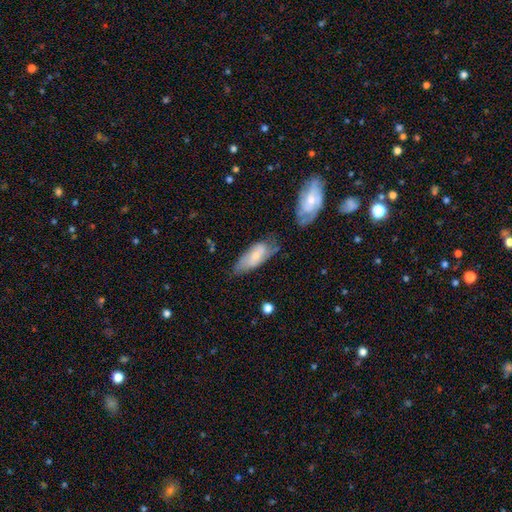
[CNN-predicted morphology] This is possibly a smooth galaxy (56%). How rounded: likely in between (78%). Merging: possibly none (49%).